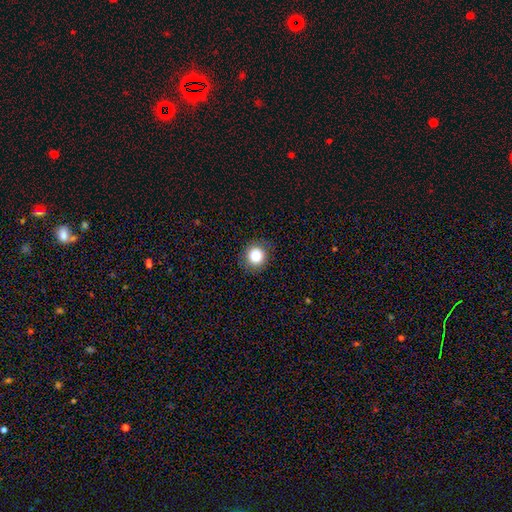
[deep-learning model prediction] Smooth or featured? smooth (84%)
How rounded? round (88%)
Merging? none (89%)